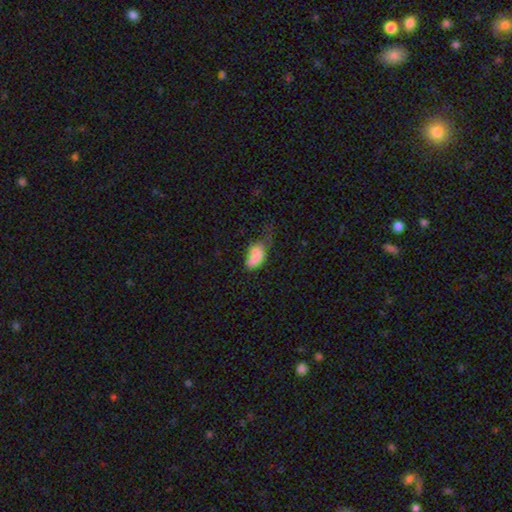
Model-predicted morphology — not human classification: Smooth or featured?
  - smooth: 72% *
  - featured or disk: 17%
  - star or artifact: 11%
How rounded?
  - in between: 89% *
  - round: 7%
  - cigar-shaped: 4%
Merging?
  - major disturbance: 35% *
  - minor disturbance: 29%
  - none: 21%
  - merger: 16%